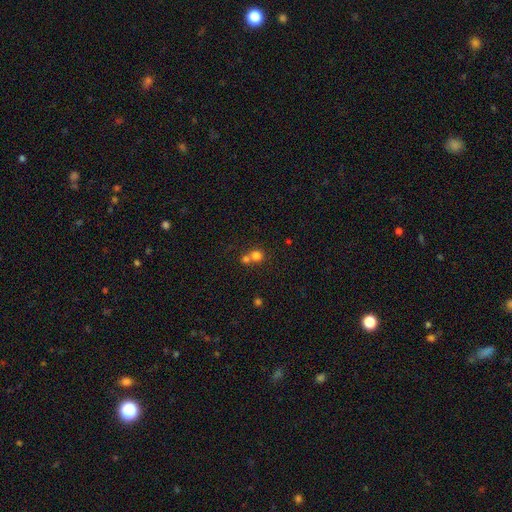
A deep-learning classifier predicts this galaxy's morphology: smooth_or_featured: smooth (p=0.78) [alt: star or artifact p=0.13]
how_rounded: round (p=0.86) [alt: in between p=0.13]
merging: merger (p=0.51) [alt: none p=0.41]